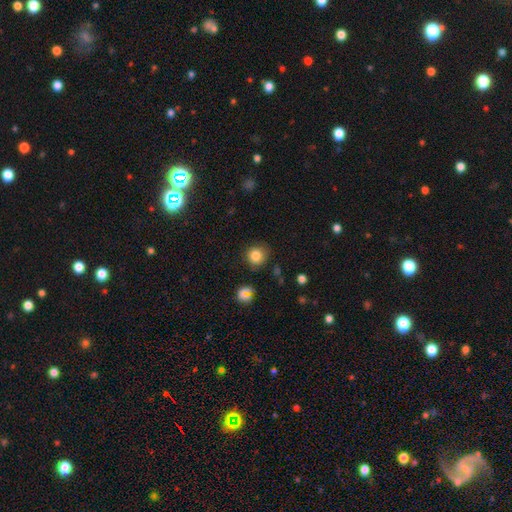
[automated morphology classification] type=smooth (81%); roundness=round (89%); merging=none (82%).